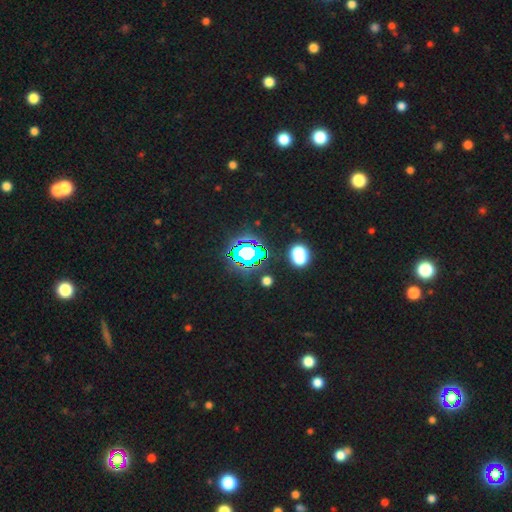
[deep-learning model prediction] Smooth or featured? Predicted: star or artifact (p=0.82).